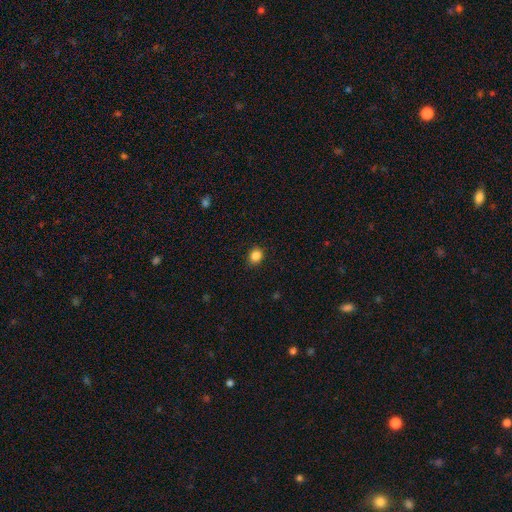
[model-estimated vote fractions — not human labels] Morphology: type=smooth (86%); roundness=round (70%); merging=none (89%).